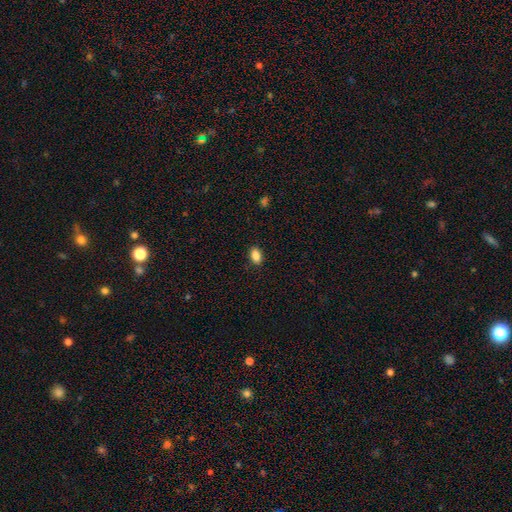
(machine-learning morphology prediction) smooth_or_featured: smooth (p=0.88) [alt: star or artifact p=0.09]
how_rounded: in between (p=0.88) [alt: round p=0.09]
merging: none (p=0.89) [alt: minor disturbance p=0.08]